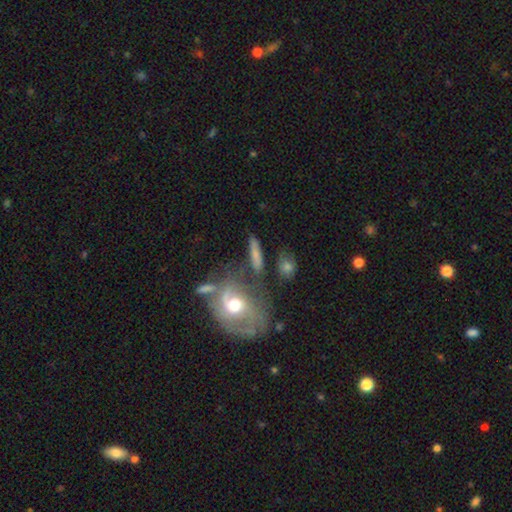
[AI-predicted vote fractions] Smooth or featured: smooth — 53% (featured or disk — 34%)
How rounded: cigar-shaped — 45% (in between — 38%)
Merging: none — 60% (minor disturbance — 16%)